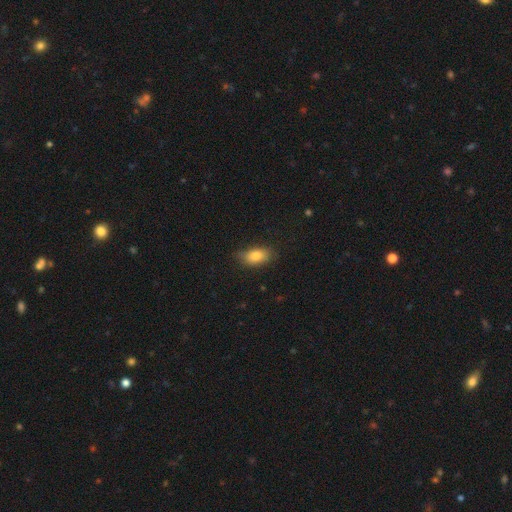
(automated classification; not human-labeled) Smooth or featured: smooth — 82% (featured or disk — 10%)
How rounded: in between — 87% (round — 8%)
Merging: none — 74% (minor disturbance — 20%)